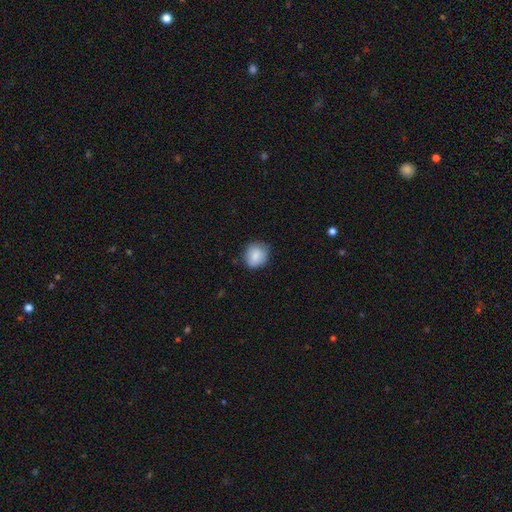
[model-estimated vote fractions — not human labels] A smooth galaxy with no disk features (84%) that is round (77%). Merging: none (74%).